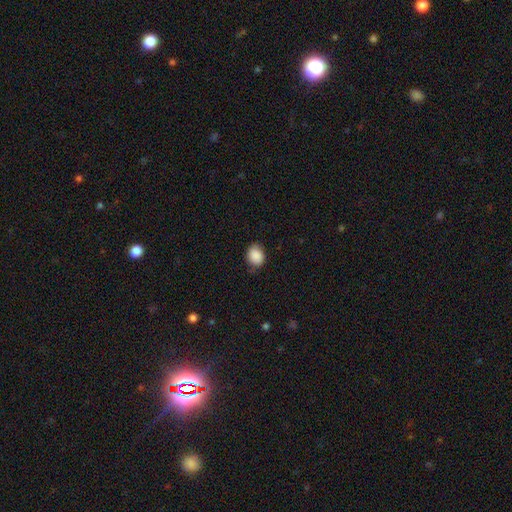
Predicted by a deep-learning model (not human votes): smooth_or_featured: smooth (p=0.88) [alt: star or artifact p=0.07]
how_rounded: round (p=0.52) [alt: in between p=0.48]
merging: none (p=0.77) [alt: minor disturbance p=0.18]